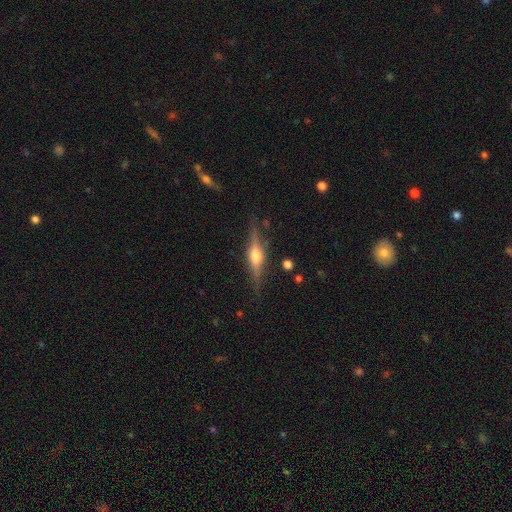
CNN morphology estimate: smooth-or-featured: featured or disk: 77% | smooth: 17% | star or artifact: 7%
  disk-edge-on: yes: 97% | no: 3%
    edge-on-bulge: rounded: 91% | boxy: 7% | none: 2%
  merging: none: 84% | minor disturbance: 11% | major disturbance: 3% | merger: 2%